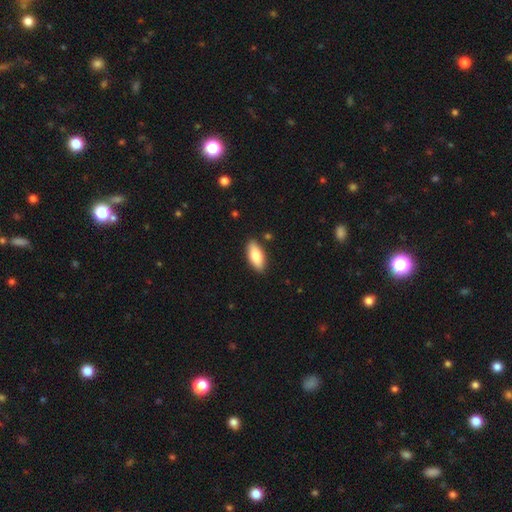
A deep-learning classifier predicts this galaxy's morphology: Smooth or featured: smooth — 81% (featured or disk — 13%)
How rounded: in between — 84% (cigar-shaped — 14%)
Merging: none — 87% (minor disturbance — 9%)